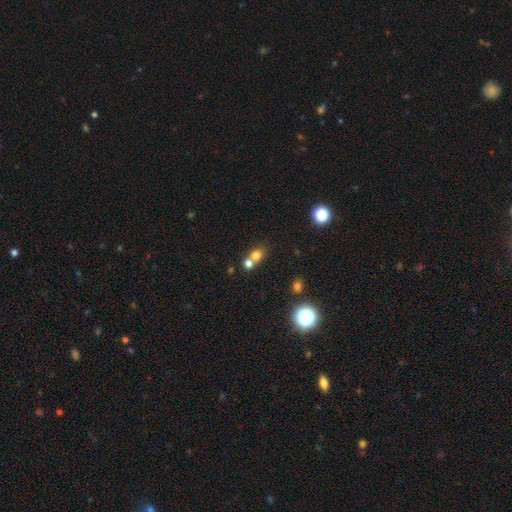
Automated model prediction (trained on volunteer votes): This appears to be a smooth galaxy with no disk features (74%) that is round (73%). Merging: merger (50%).